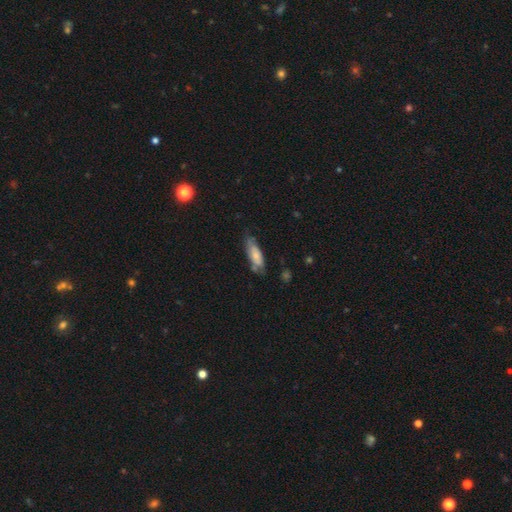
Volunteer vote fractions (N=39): A smooth galaxy with no disk features (51%) that is in between round and cigar-shaped (55%).

Vote fractions:
- Smooth or featured? smooth: 51% / featured or disk: 46% / star or artifact: 3%
- How rounded? in between: 55% / cigar-shaped: 45% / round: 0%
- Merging? none: 34% (tied) / minor disturbance: 34% (tied) / major disturbance: 21% / merger: 11%